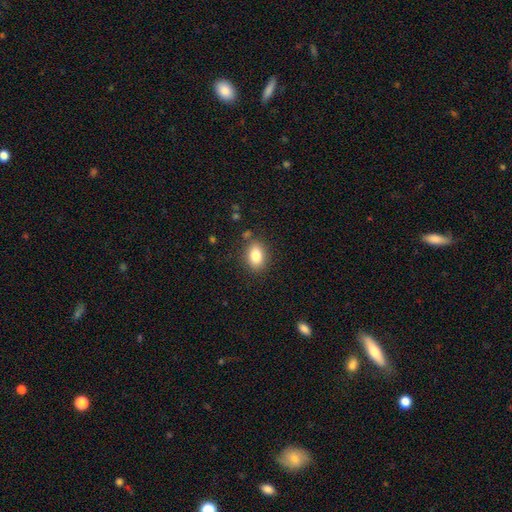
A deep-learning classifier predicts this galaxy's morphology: This appears to be a smooth galaxy with no disk features (84%) that is in between round and cigar-shaped (80%). Merging: none (84%).